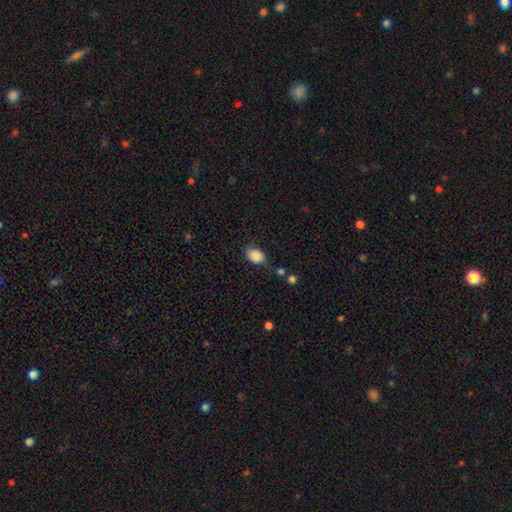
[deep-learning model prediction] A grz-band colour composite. It shows a smooth galaxy with no disk features (87%) that is in between round and cigar-shaped (77%). Merging: none (65%).